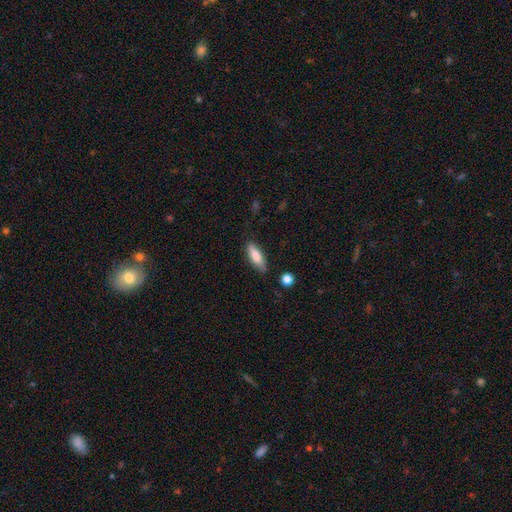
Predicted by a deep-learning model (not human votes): smooth_or_featured: smooth (p=0.78) [alt: featured or disk p=0.16]
how_rounded: in between (p=0.51) [alt: cigar-shaped p=0.47]
merging: none (p=0.78) [alt: minor disturbance p=0.16]